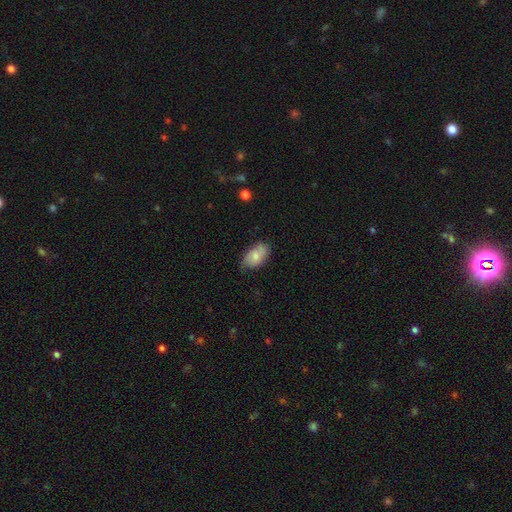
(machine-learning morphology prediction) A smooth galaxy with no disk features (73%) that is in between round and cigar-shaped (93%).

Vote fractions:
- Smooth or featured? smooth: 73% / featured or disk: 20% / star or artifact: 7%
- How rounded? in between: 93% / round: 5% / cigar-shaped: 2%
- Merging? none: 63% / minor disturbance: 30% / major disturbance: 5% / merger: 1%